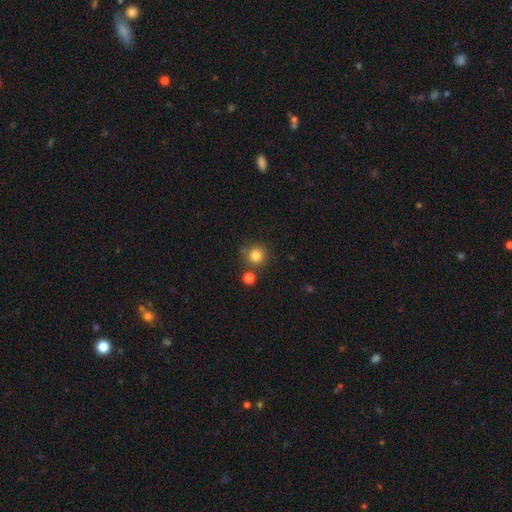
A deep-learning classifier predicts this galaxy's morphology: Smooth or featured? Predicted: smooth (p=0.82). How rounded? Predicted: round (p=0.93). Merging? Predicted: none (p=0.77).